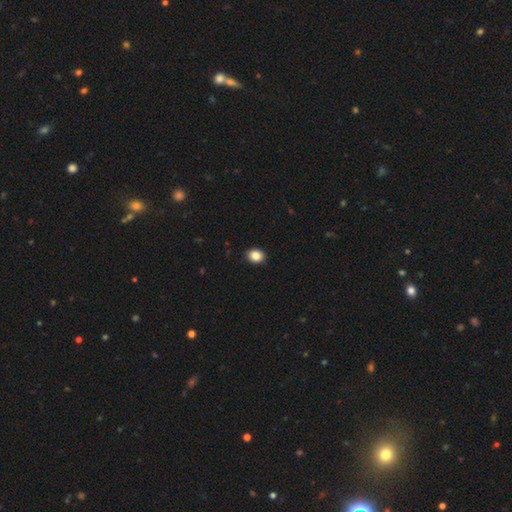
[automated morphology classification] smooth_or_featured: smooth (p=0.86) [alt: star or artifact p=0.09]
how_rounded: round (p=0.50) [alt: in between p=0.49]
merging: none (p=0.90) [alt: minor disturbance p=0.07]